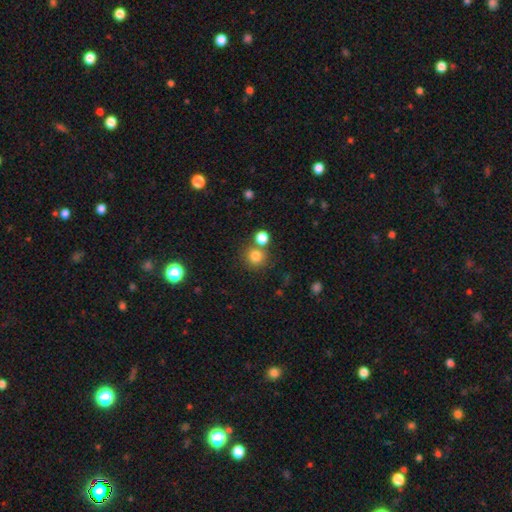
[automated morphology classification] The model was most divided on "merging": none: 71%, merger: 18%, minor disturbance: 8%, major disturbance: 3%. More confident: how rounded — round (91%); smooth or featured — smooth (80%).